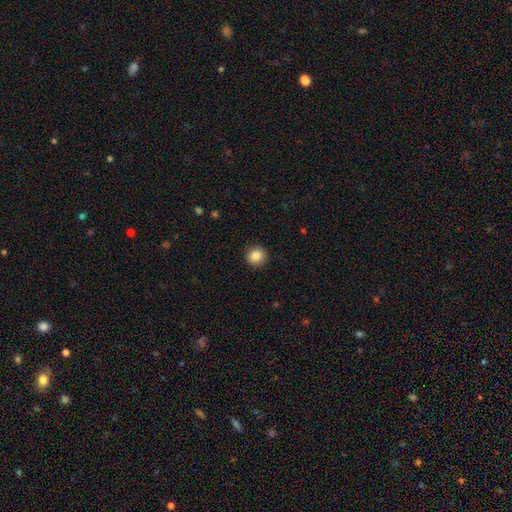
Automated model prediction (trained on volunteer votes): The model was most divided on "smooth or featured": smooth: 86%, star or artifact: 9%, featured or disk: 5%. More confident: how rounded — round (94%); merging — none (92%).